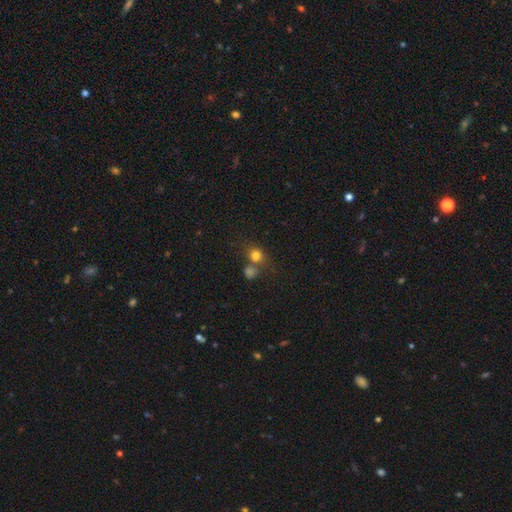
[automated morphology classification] Smooth or featured?
  - smooth: 77% *
  - star or artifact: 14%
  - featured or disk: 9%
How rounded?
  - round: 80% *
  - in between: 19%
  - cigar-shaped: 1%
Merging?
  - none: 48% *
  - merger: 38%
  - minor disturbance: 9%
  - major disturbance: 5%